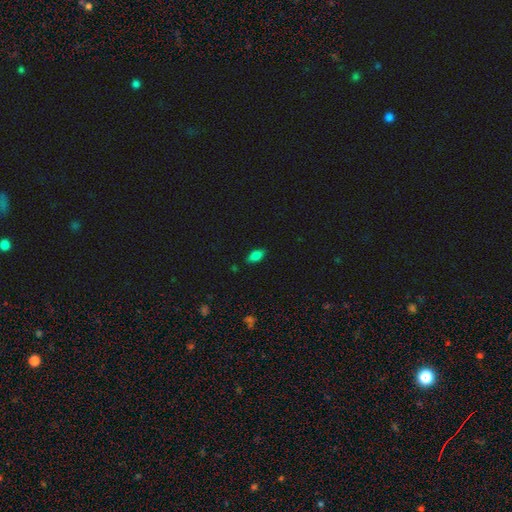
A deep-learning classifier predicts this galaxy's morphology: Smooth or featured?
  - smooth: 81% *
  - star or artifact: 12%
  - featured or disk: 7%
How rounded?
  - in between: 89% *
  - cigar-shaped: 7%
  - round: 4%
Merging?
  - none: 83% *
  - minor disturbance: 13%
  - major disturbance: 3%
  - merger: 2%